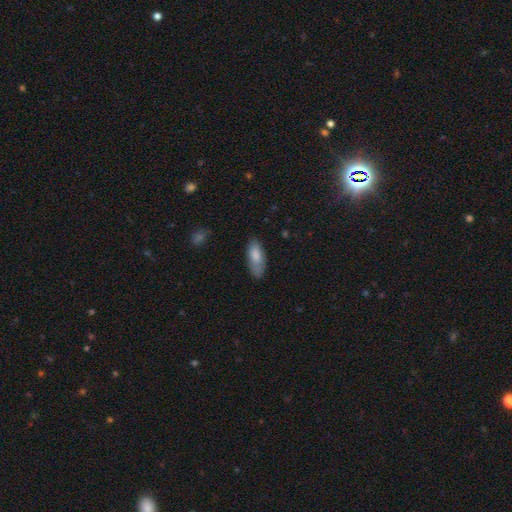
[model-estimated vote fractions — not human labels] smooth-or-featured: smooth: 82% | featured or disk: 12% | star or artifact: 6%
  how-rounded: in between: 82% | cigar-shaped: 16% | round: 2%
  merging: none: 72% | minor disturbance: 22% | major disturbance: 5% | merger: 2%